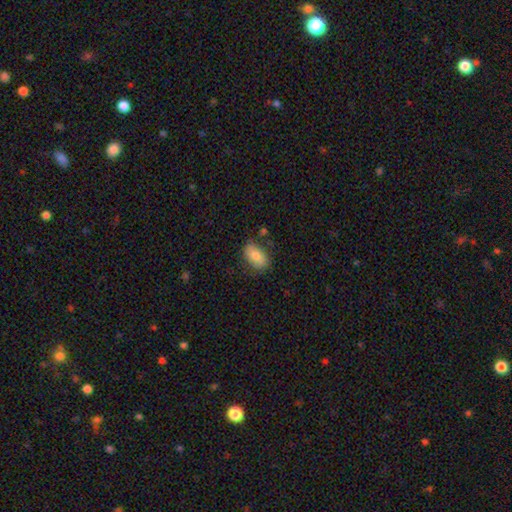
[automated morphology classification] smooth_or_featured: smooth (p=0.79) [alt: featured or disk p=0.14]
how_rounded: in between (p=0.91) [alt: round p=0.07]
merging: none (p=0.75) [alt: minor disturbance p=0.17]